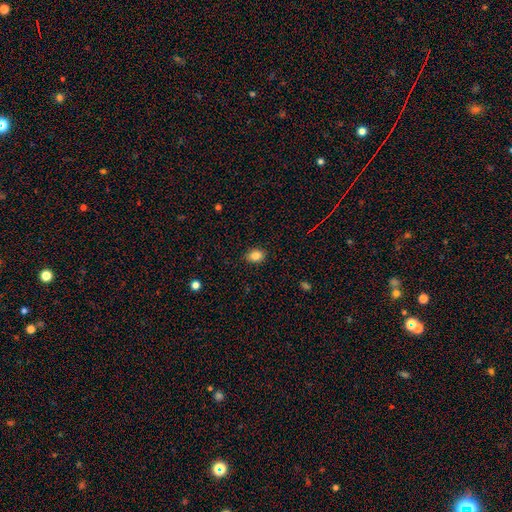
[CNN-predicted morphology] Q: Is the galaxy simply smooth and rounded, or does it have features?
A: smooth — 85%.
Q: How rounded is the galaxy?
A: in between — 61%.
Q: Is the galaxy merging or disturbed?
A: none — 87%.